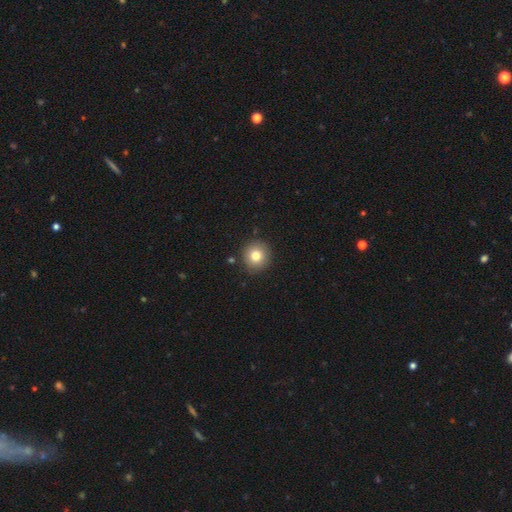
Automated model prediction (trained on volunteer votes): smooth_or_featured: smooth (p=0.78) [alt: featured or disk p=0.11]
how_rounded: round (p=0.93) [alt: in between p=0.06]
merging: none (p=0.89) [alt: minor disturbance p=0.07]